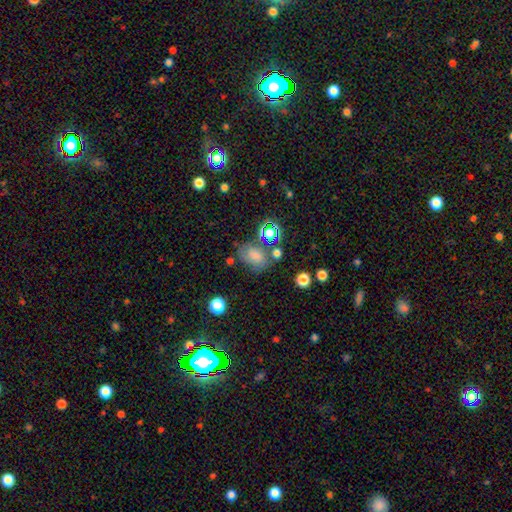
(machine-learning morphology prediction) Smooth or featured: smooth — 49% (star or artifact — 29%)
Merging: none — 62% (minor disturbance — 20%)